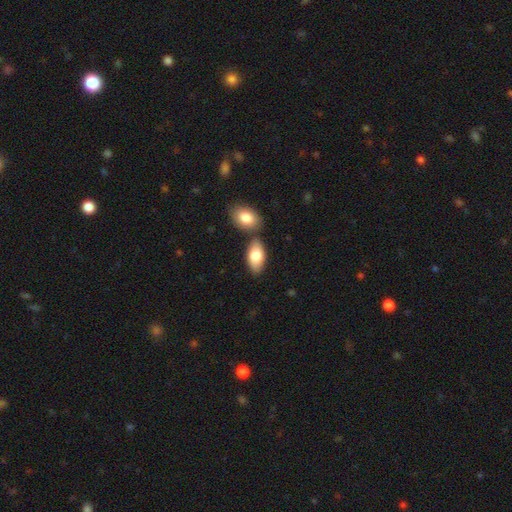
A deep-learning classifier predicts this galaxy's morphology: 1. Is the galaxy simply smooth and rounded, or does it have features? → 82% smooth, 13% featured or disk, 6% star or artifact.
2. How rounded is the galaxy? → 93% in between, 4% cigar-shaped, 3% round.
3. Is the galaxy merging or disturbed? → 64% none, 23% merger, 11% minor disturbance, 3% major disturbance.